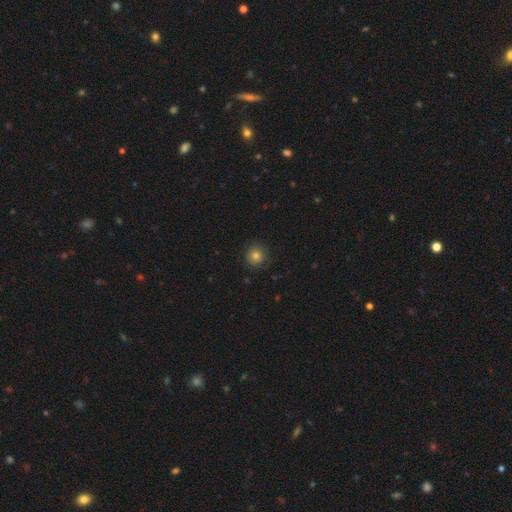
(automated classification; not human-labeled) Smooth or featured? smooth (80%)
How rounded? round (94%)
Merging? none (87%)